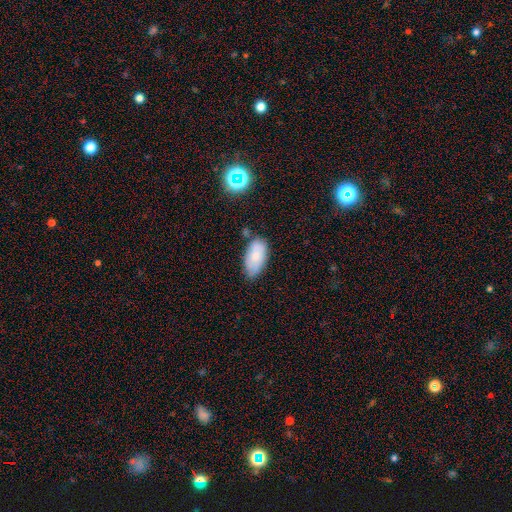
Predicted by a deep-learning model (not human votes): smooth-or-featured: smooth: 78% | featured or disk: 14% | star or artifact: 8%
  how-rounded: in between: 94% | cigar-shaped: 3% | round: 3%
  merging: none: 66% | minor disturbance: 24% | merger: 5% | major disturbance: 4%